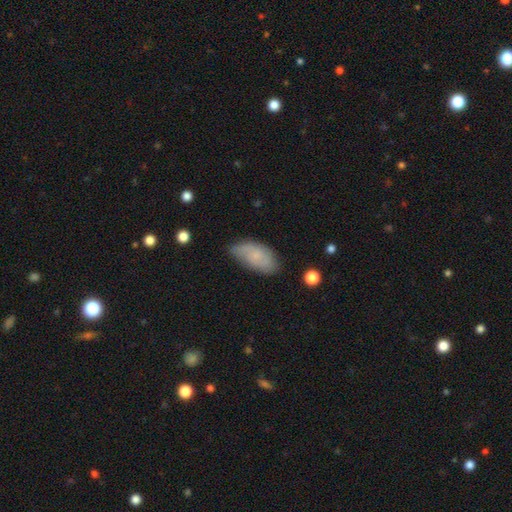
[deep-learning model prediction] A smooth galaxy with no disk features (65%) that is in between round and cigar-shaped (92%). Merging: none (64%).